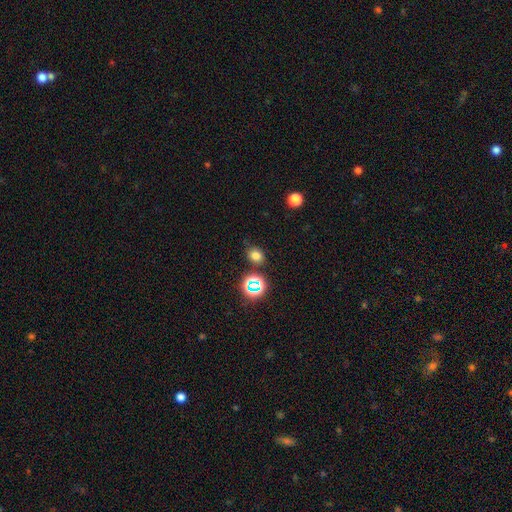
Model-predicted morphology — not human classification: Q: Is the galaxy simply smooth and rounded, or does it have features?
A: smooth — 71%.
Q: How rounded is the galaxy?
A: round — 57%.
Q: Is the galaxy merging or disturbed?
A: none — 77%.